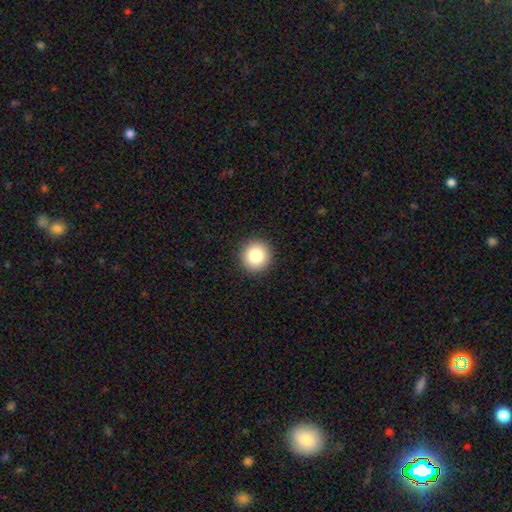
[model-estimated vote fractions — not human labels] This is clearly a smooth galaxy (84%). How rounded: clearly round (94%). Merging: clearly none (93%).